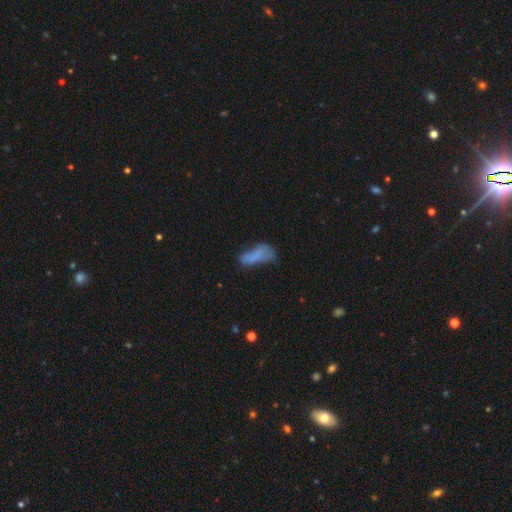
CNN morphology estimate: Smooth or featured?
  - smooth: 61% *
  - featured or disk: 26%
  - star or artifact: 13%
How rounded?
  - in between: 79% *
  - cigar-shaped: 17%
  - round: 4%
Merging?
  - none: 31% *
  - major disturbance: 30%
  - minor disturbance: 28%
  - merger: 11%